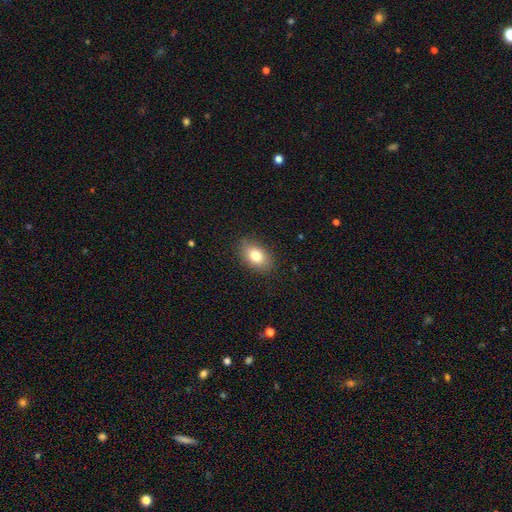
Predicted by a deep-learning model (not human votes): smooth_or_featured: smooth (p=0.79) [alt: featured or disk p=0.12]
how_rounded: in between (p=0.83) [alt: round p=0.16]
merging: none (p=0.84) [alt: minor disturbance p=0.12]